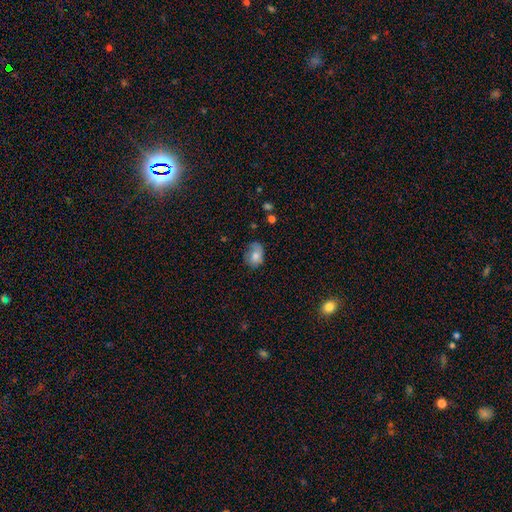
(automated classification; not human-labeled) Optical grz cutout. It shows a smooth galaxy with no disk features (72%) that is in between round and cigar-shaped (65%). Merging: none (52%).